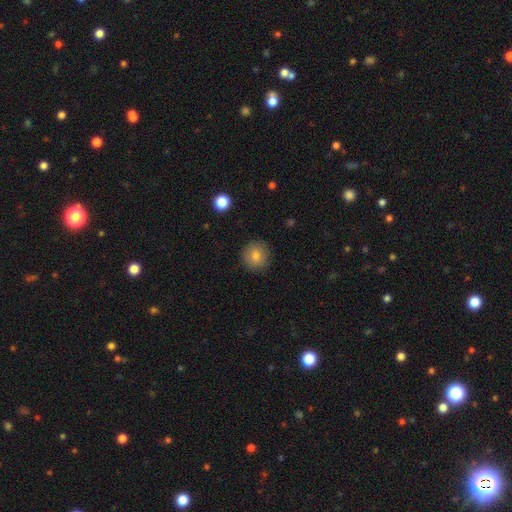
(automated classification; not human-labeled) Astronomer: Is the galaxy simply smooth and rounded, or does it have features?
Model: smooth — 78%.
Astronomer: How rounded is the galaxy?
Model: round — 93%.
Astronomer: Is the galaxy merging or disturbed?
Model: none — 90%.